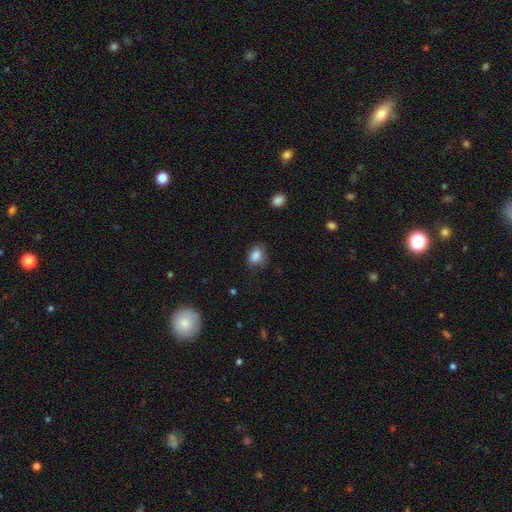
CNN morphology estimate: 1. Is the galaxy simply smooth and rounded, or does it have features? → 85% smooth, 9% star or artifact, 6% featured or disk.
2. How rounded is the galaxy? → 73% in between, 26% round, 1% cigar-shaped.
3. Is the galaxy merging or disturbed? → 70% none, 23% minor disturbance, 6% major disturbance, 1% merger.